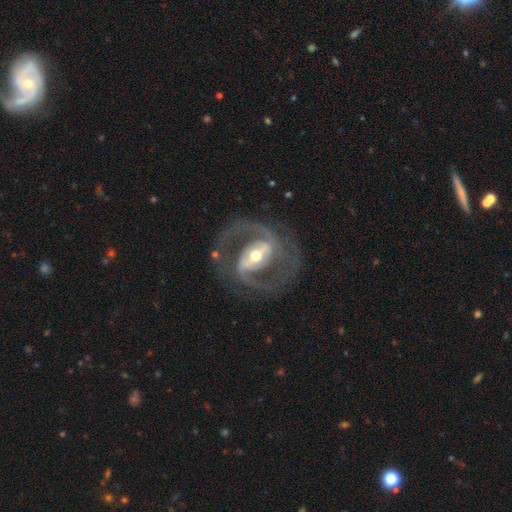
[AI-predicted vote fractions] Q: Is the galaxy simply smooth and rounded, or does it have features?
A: featured or disk — 91%.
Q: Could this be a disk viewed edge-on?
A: no — 97%.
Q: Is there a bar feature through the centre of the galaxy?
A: strong — 53%.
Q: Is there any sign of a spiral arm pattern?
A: yes — 96%.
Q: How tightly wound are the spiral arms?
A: medium — 62%.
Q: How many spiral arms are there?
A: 2 — 92%.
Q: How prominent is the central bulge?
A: moderate — 64%.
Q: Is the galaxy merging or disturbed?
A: none — 78%.